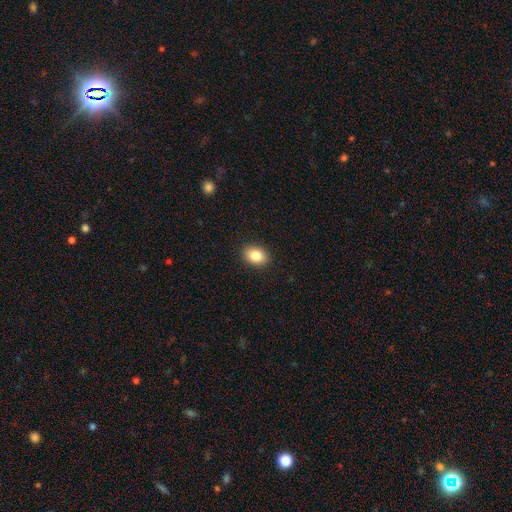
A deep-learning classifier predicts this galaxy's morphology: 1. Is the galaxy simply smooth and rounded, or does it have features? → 84% smooth, 9% star or artifact, 7% featured or disk.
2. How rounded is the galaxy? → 69% in between, 30% round, 1% cigar-shaped.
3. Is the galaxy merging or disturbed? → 91% none, 6% minor disturbance, 2% major disturbance, 1% merger.